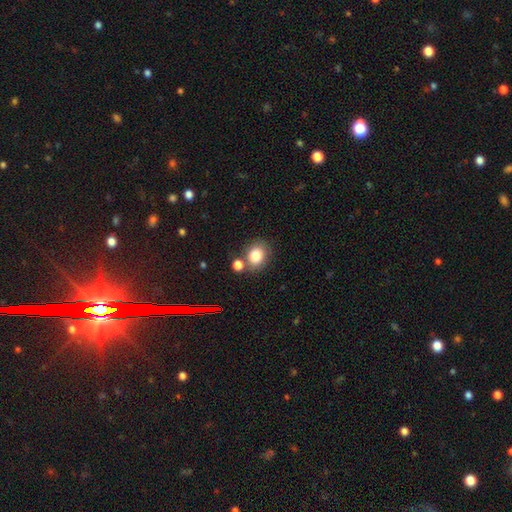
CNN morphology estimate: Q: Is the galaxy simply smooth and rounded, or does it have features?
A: smooth — 80%.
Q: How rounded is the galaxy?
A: round — 56%.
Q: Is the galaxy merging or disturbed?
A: none — 67%.